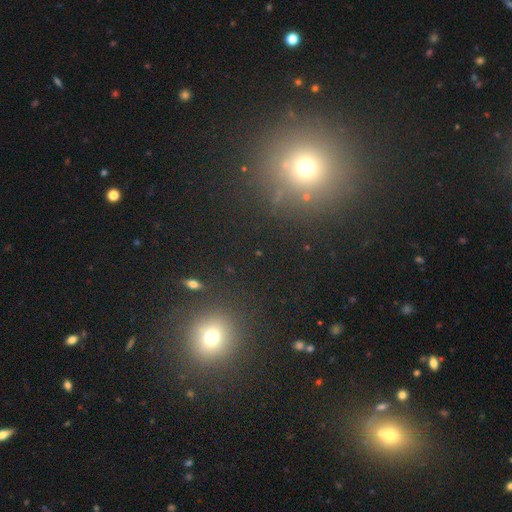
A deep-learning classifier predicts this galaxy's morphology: Q: Smooth or featured?
A: star or artifact (48%); runner-up: smooth (42%)